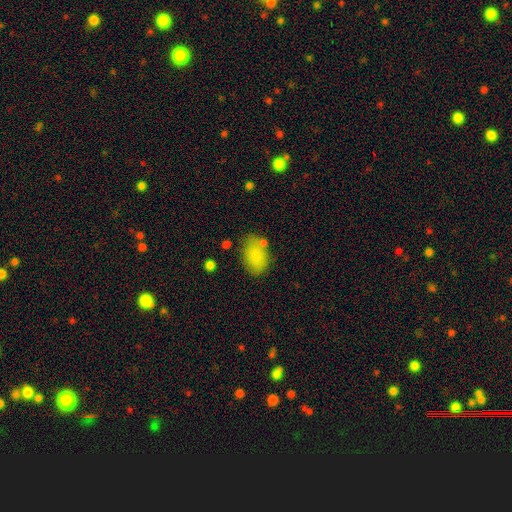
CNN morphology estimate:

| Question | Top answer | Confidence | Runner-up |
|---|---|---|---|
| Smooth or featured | smooth | 85% | star or artifact (8%) |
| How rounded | in between | 86% | round (12%) |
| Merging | none | 68% | minor disturbance (18%) |